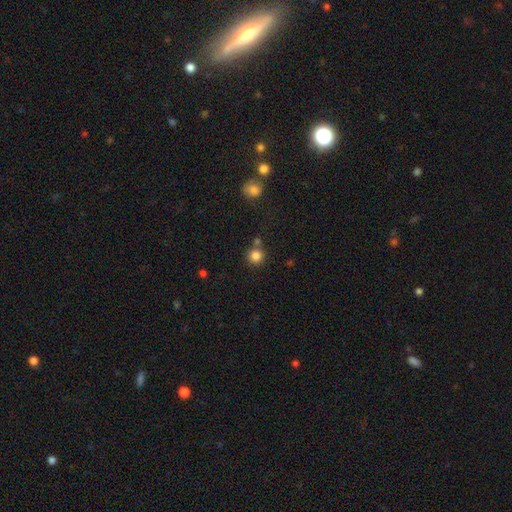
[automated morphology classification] type=smooth (84%); roundness=round (93%); merging=none (74%).